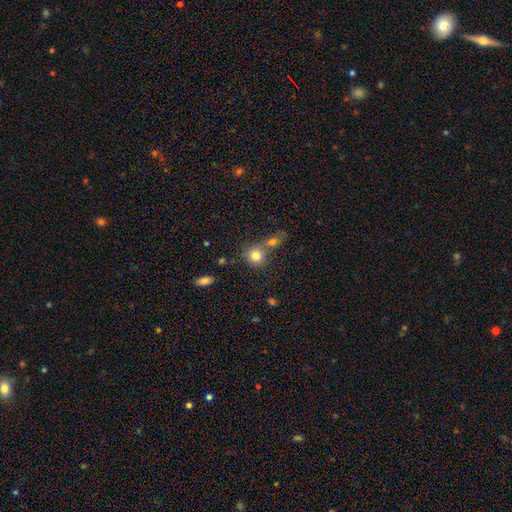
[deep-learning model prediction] This is likely a smooth galaxy (79%). How rounded: clearly round (84%). Merging: possibly none (52%).